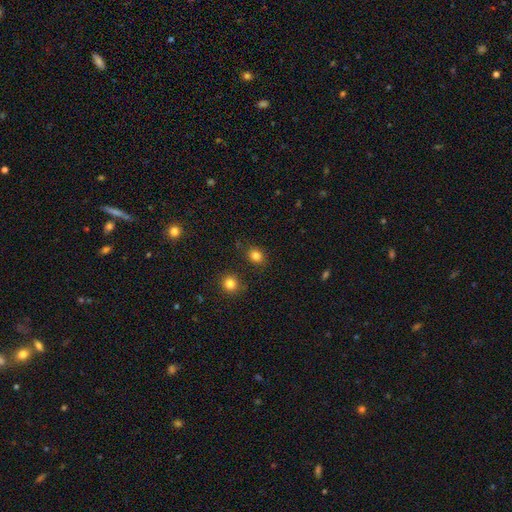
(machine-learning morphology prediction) smooth 82%, star or artifact 13%, featured or disk 5%. Down the decision tree: how rounded — round (61%); merging — none (82%).